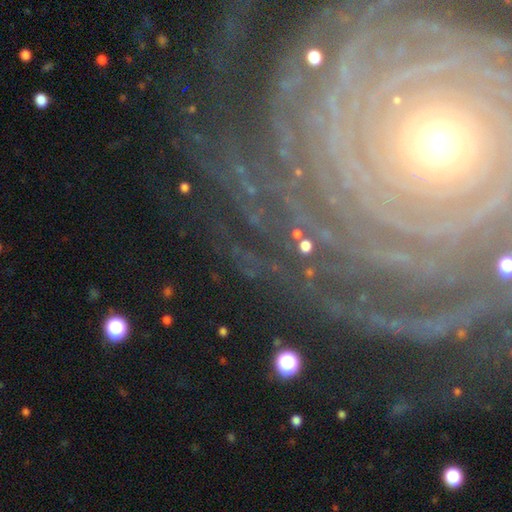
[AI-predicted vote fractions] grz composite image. It shows a featured or disk galaxy (85%) with no bar (70%), more than 4 (42%) tight (88%) spiral arms (96%) and a small central bulge (54%). Merging: none (79%).